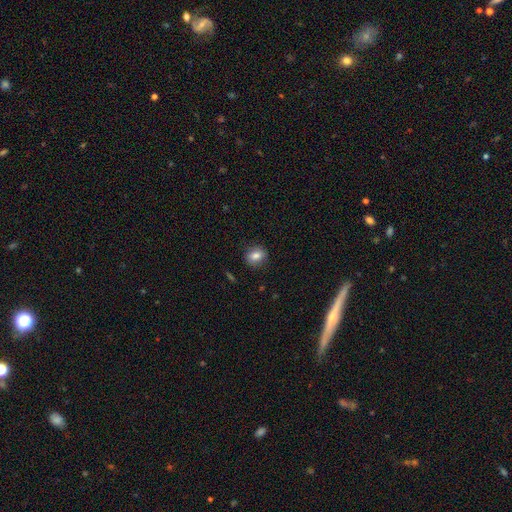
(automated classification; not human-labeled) Smooth or featured: smooth — 79% (featured or disk — 11%)
How rounded: round — 57% (in between — 41%)
Merging: none — 84% (minor disturbance — 12%)